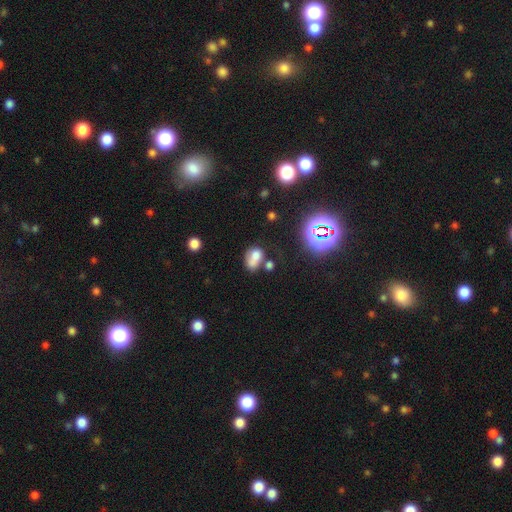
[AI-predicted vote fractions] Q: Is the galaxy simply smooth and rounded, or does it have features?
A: smooth — 67%.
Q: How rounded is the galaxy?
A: in between — 75%.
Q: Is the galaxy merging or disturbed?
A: none — 34%.